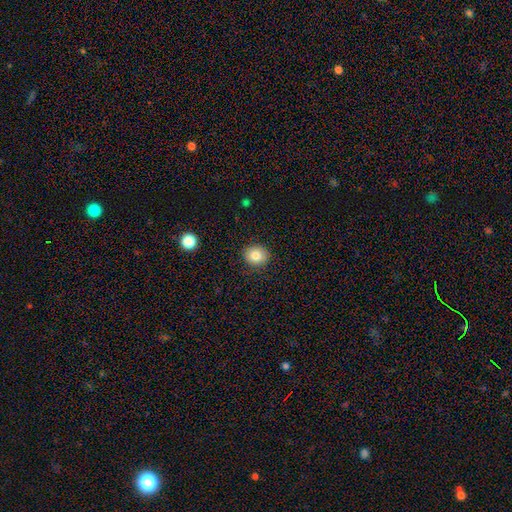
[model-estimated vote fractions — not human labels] This is clearly a smooth galaxy (81%). How rounded: likely round (77%). Merging: clearly none (89%).